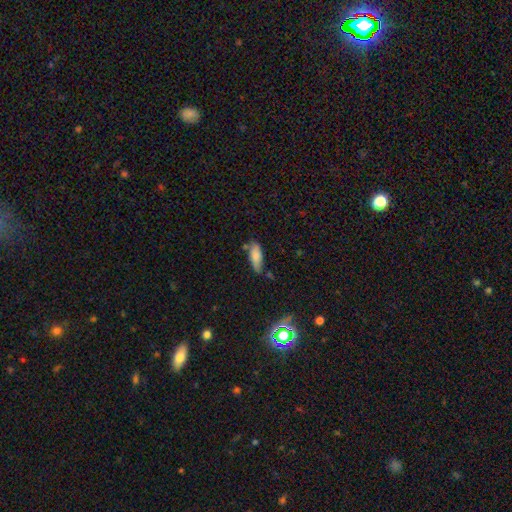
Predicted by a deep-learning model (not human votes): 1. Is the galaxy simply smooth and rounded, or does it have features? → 79% smooth, 13% featured or disk, 8% star or artifact.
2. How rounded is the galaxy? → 71% in between, 27% cigar-shaped, 2% round.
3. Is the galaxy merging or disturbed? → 57% none, 28% minor disturbance, 9% merger, 6% major disturbance.